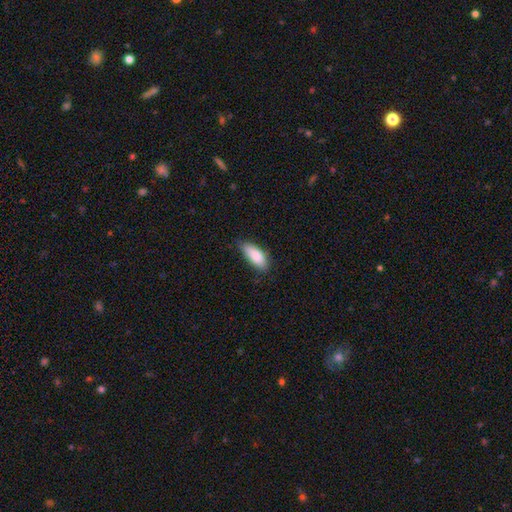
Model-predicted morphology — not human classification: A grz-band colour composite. It shows a smooth galaxy with no disk features (87%) that is in between round and cigar-shaped (78%). Merging: none (66%).